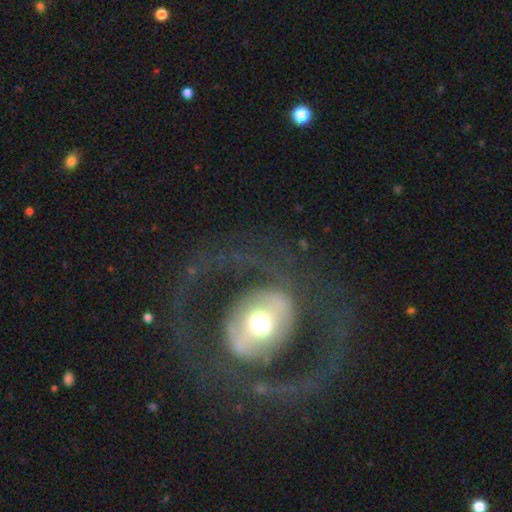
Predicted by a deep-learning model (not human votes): A featured or disk galaxy (77%) with no bar (45%), no spiral arms (50%, tied with yes) and a moderate central bulge (58%).

Vote fractions:
- Smooth or featured? featured or disk: 77% / smooth: 17% / star or artifact: 6%
- Edge-on disk? no: 95% / yes: 5%
- Bar? no: 45% / weak: 28% / strong: 27%
- Spiral arms? no: 50% (tied) / yes: 50% (tied)
- Bulge size? moderate: 58% / large: 25% / small: 11% / dominant: 4% / none: 1%
- Merging? none: 79% / major disturbance: 11% / minor disturbance: 9% / merger: 1%